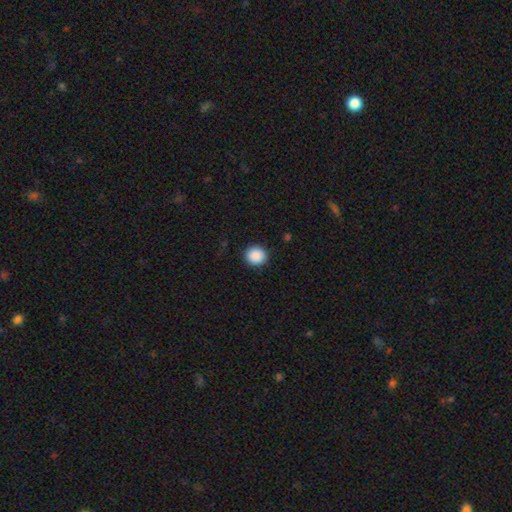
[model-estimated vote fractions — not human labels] A smooth galaxy with no disk features (90%) that is round (87%).

Vote fractions:
- Smooth or featured? smooth: 90% / star or artifact: 8% / featured or disk: 2%
- How rounded? round: 87% / in between: 12% / cigar-shaped: 1%
- Merging? none: 91% / minor disturbance: 6% / major disturbance: 2% / merger: 1%